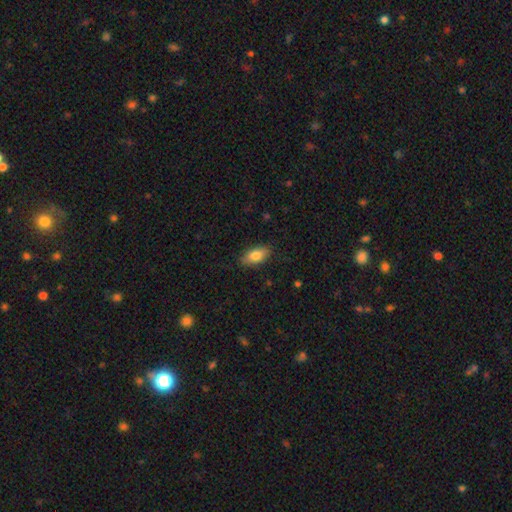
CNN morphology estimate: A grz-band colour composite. It shows a smooth galaxy with no disk features (81%) that is in between round and cigar-shaped (89%). Merging: none (86%).